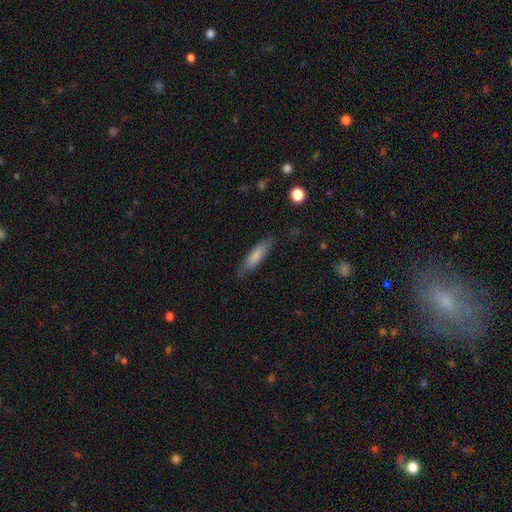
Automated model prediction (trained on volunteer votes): Smooth or featured? smooth (77%)
How rounded? cigar-shaped (68%)
Merging? none (75%)